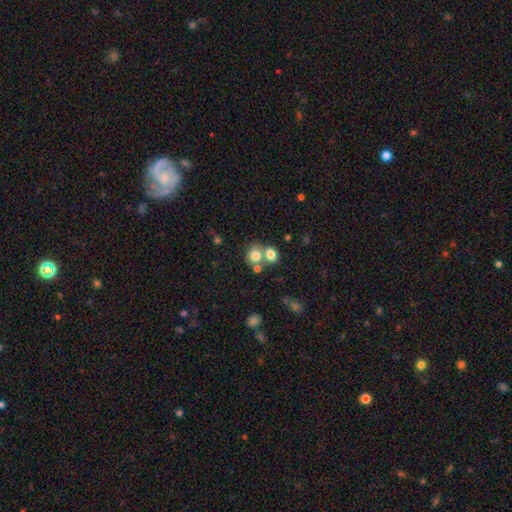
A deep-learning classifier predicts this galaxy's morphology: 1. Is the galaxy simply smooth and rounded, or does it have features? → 76% smooth, 12% featured or disk, 12% star or artifact.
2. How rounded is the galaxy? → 72% round, 27% in between, 1% cigar-shaped.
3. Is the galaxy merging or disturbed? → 49% merger, 40% none, 8% minor disturbance, 4% major disturbance.